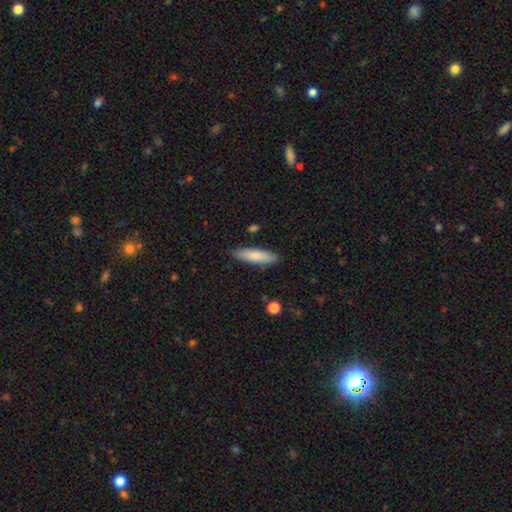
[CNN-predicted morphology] smooth 79%, featured or disk 15%, star or artifact 6%. Down the decision tree: how rounded — cigar-shaped (70%); merging — none (85%).